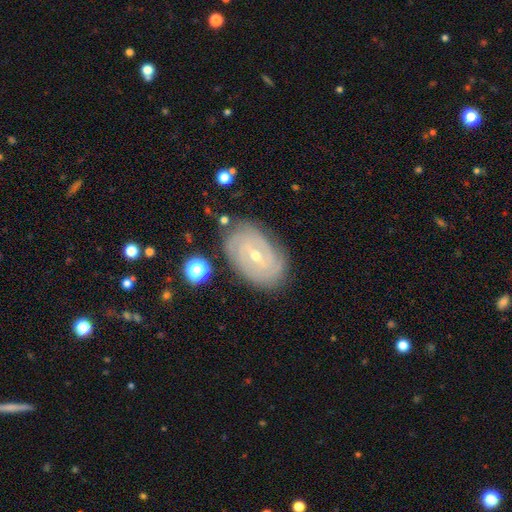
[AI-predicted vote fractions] Overall: featured or disk (85%). Edge-on disk: no (96%). Bar: weak (48%; no 34%). Spiral arms: yes (96%). Spiral arm count: 2 (29%; can't tell 28%). Spiral winding: tight (78%). Bulge size: small (56%; moderate 42%). Merging: none (81%).